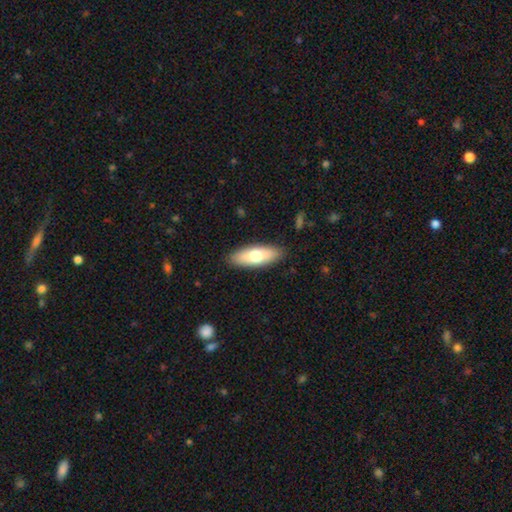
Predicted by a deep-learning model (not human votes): smooth 67%, featured or disk 28%, star or artifact 6%. Down the decision tree: how rounded — in between (70%); merging — none (88%).